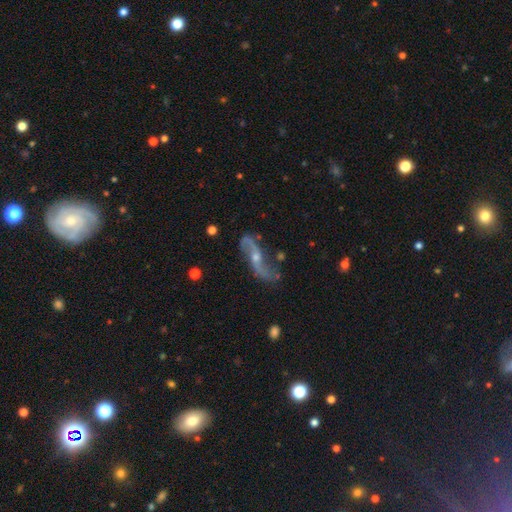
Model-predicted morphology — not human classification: Smooth or featured: featured or disk — 87% (smooth — 7%)
Edge-on disk: no — 88% (yes — 12%)
Bar: no — 50% (weak — 33%)
Spiral arms: yes — 94% (no — 6%)
Spiral winding: loose — 85% (medium — 11%)
Spiral arm count: 2 — 92% (1 — 2%)
Bulge size: small — 53% (moderate — 41%)
Merging: none — 68% (minor disturbance — 18%)